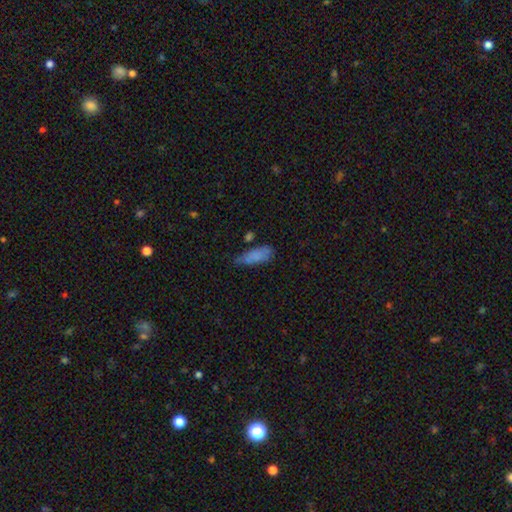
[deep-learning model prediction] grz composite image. It shows a smooth galaxy with no disk features (79%) that is in between round and cigar-shaped (63%). Merging: none (47%).